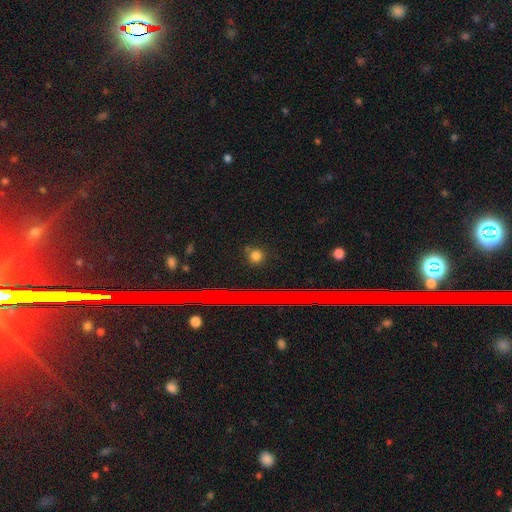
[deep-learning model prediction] smooth_or_featured: smooth (p=0.69) [alt: star or artifact p=0.23]
how_rounded: round (p=0.90) [alt: in between p=0.07]
merging: none (p=0.87) [alt: minor disturbance p=0.08]